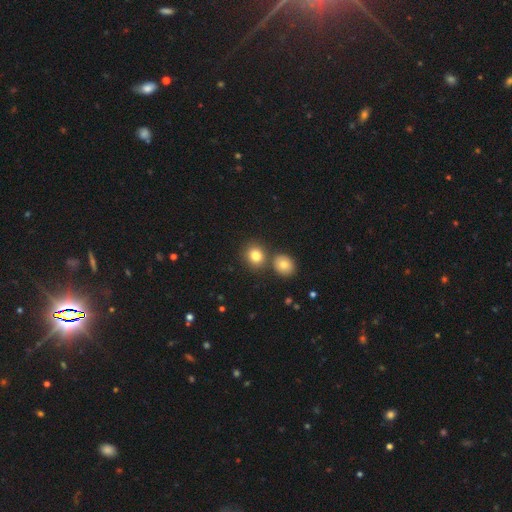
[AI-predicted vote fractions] Smooth or featured?
  - smooth: 81% *
  - star or artifact: 11%
  - featured or disk: 8%
How rounded?
  - round: 74% *
  - in between: 25%
  - cigar-shaped: 1%
Merging?
  - none: 68% *
  - merger: 21%
  - minor disturbance: 8%
  - major disturbance: 3%